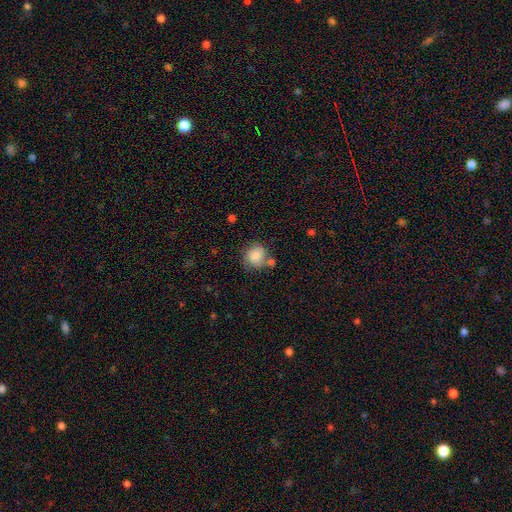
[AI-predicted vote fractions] Smooth or featured? Predicted: smooth (p=0.73). How rounded? Predicted: round (p=0.78). Merging? Predicted: none (p=0.55).